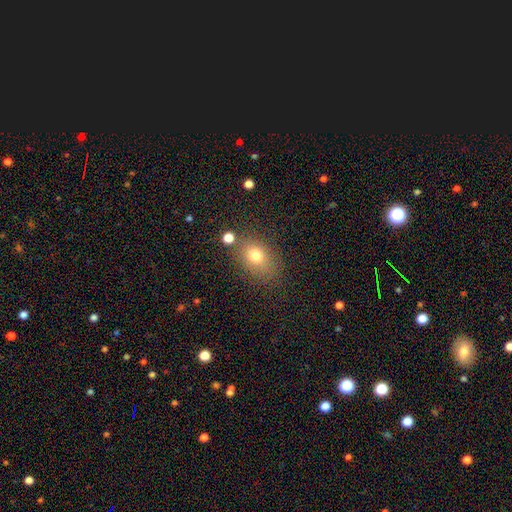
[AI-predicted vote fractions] Smooth or featured?
  - smooth: 75% *
  - star or artifact: 13%
  - featured or disk: 12%
How rounded?
  - in between: 64% *
  - round: 34%
  - cigar-shaped: 1%
Merging?
  - none: 73% *
  - minor disturbance: 15%
  - merger: 7%
  - major disturbance: 6%